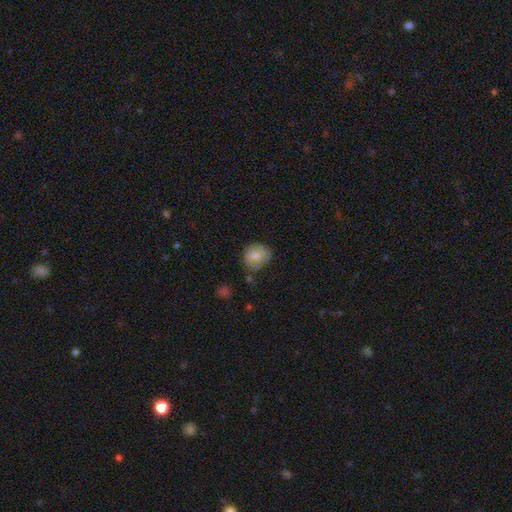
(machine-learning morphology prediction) Smooth or featured? Predicted: smooth (p=0.52). How rounded? Predicted: round (p=0.74). Merging? Predicted: none (p=0.63).